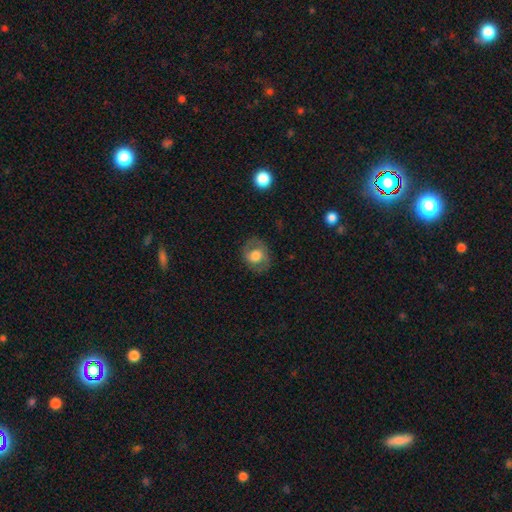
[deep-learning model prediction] Morphology: type=smooth (56%); roundness=round (59%); merging=none (75%).